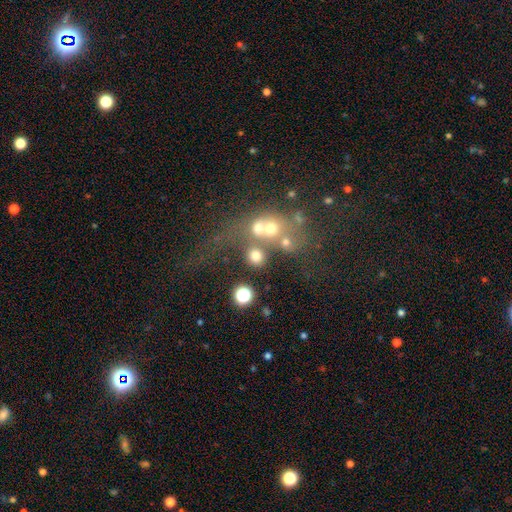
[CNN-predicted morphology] A smooth galaxy with no disk features (67%) that is round (79%). Merging: none (44%).